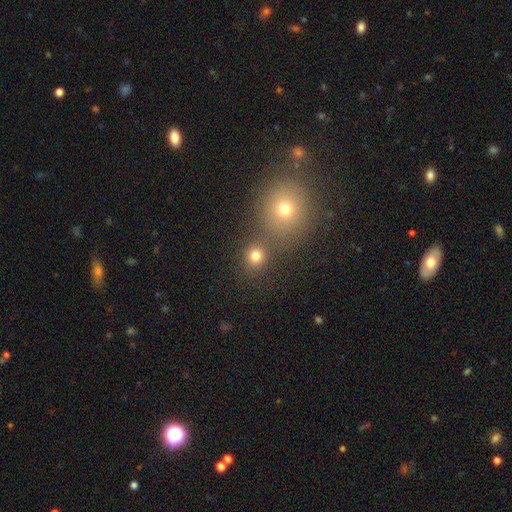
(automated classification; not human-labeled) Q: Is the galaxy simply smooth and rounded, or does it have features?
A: smooth — 77%.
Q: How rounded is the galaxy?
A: round — 84%.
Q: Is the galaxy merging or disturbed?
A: none — 67%.